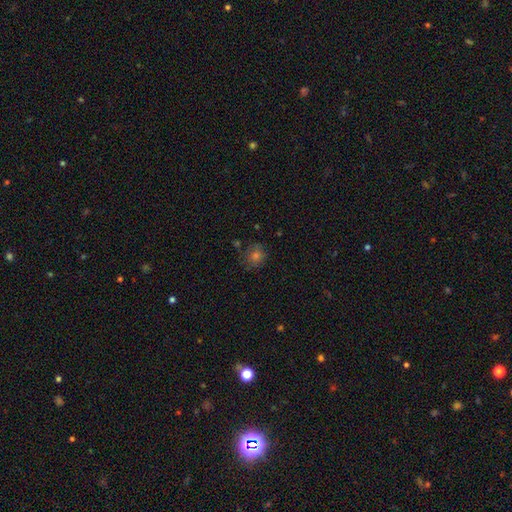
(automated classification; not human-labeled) A smooth galaxy with no disk features (60%) that is round (81%).

Vote fractions:
- Smooth or featured? smooth: 60% / star or artifact: 26% / featured or disk: 14%
- How rounded? round: 81% / in between: 18% / cigar-shaped: 1%
- Merging? none: 77% / minor disturbance: 14% / major disturbance: 5% / merger: 3%